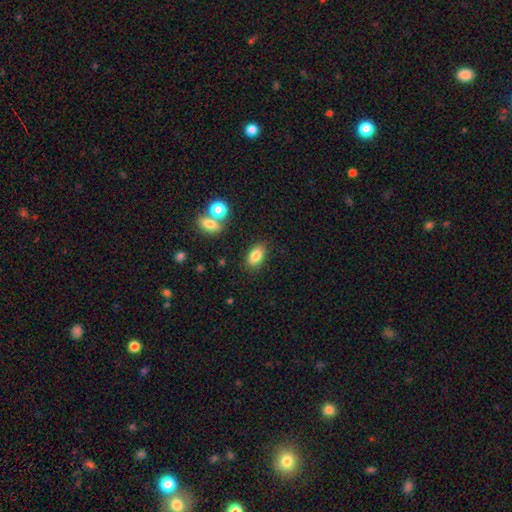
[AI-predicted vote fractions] Overall: smooth (83%). How rounded: in between (90%). Merging: none (82%).